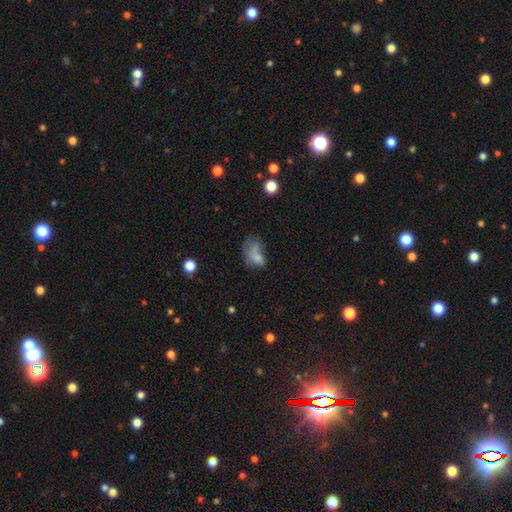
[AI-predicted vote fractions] Morphology: type=smooth (65%); roundness=in between (85%); merging=major disturbance (38%).